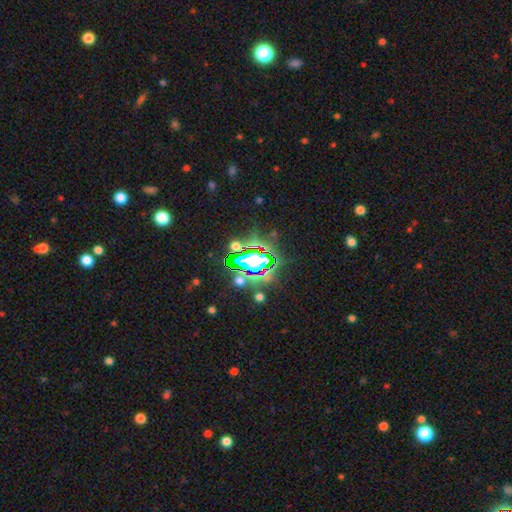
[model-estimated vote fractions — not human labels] Smooth or featured: star or artifact — 83% (smooth — 10%)